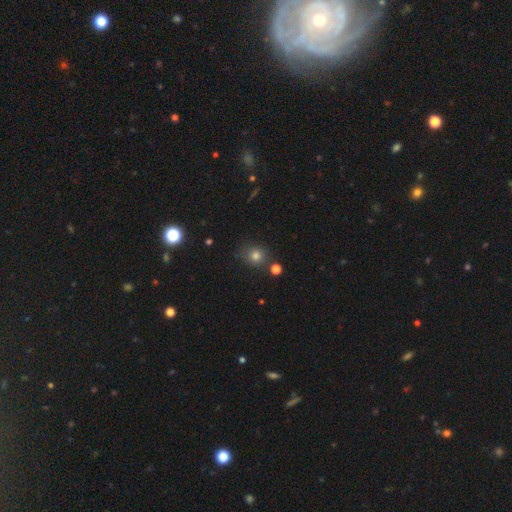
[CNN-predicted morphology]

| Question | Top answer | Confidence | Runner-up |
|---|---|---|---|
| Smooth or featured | smooth | 78% | star or artifact (15%) |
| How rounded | round | 76% | in between (22%) |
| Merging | none | 75% | minor disturbance (13%) |